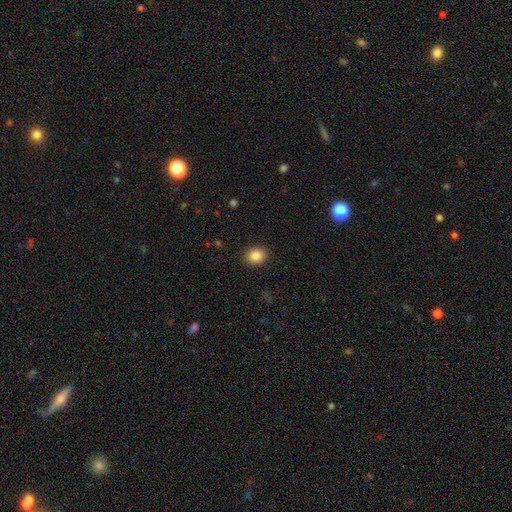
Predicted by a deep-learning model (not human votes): smooth_or_featured: smooth (p=0.86) [alt: star or artifact p=0.09]
how_rounded: round (p=0.54) [alt: in between p=0.45]
merging: none (p=0.90) [alt: minor disturbance p=0.07]